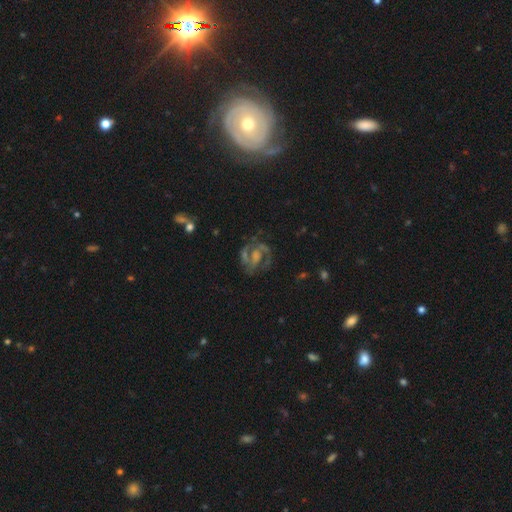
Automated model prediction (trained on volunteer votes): A featured or disk galaxy (78%) with a weak bar (48%), 2 (70%) medium (54%) spiral arms (93%) and a small central bulge (34%).

Vote fractions:
- Smooth or featured? featured or disk: 78% / star or artifact: 13% / smooth: 9%
- Edge-on disk? no: 97% / yes: 3%
- Bar? weak: 48% / no: 27% / strong: 24%
- Spiral arms? yes: 93% / no: 7%
- Spiral winding? medium: 54% / tight: 31% / loose: 15%
- Spiral arm count? 2: 70% / can't tell: 11% / 3: 10% / 1: 3% / 4: 3% / more than 4: 3%
- Bulge size? small: 34% / moderate: 32% / none: 25% / large: 7% / dominant: 2%
- Merging? none: 70% / minor disturbance: 15% / major disturbance: 11% / merger: 4%